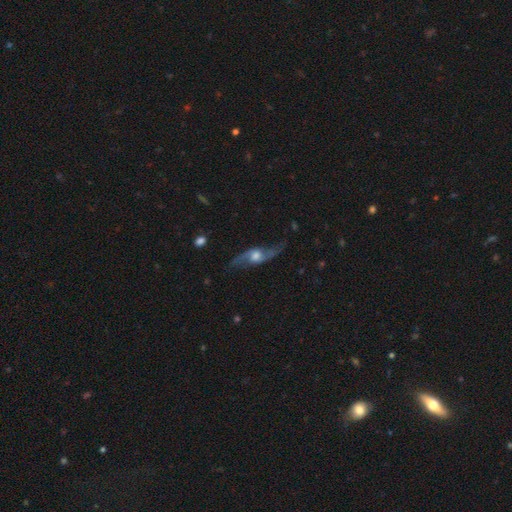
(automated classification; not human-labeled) This is clearly a featured or disk galaxy (80%). It is likely not viewed edge-on (72%). Bar: likely no (63%). Spiral arm pattern: clearly yes (91%). Spiral arm count: clearly 2 (92%). Spiral winding: likely loose (80%). Central bulge: possibly moderate (56%). Merging: likely none (71%).